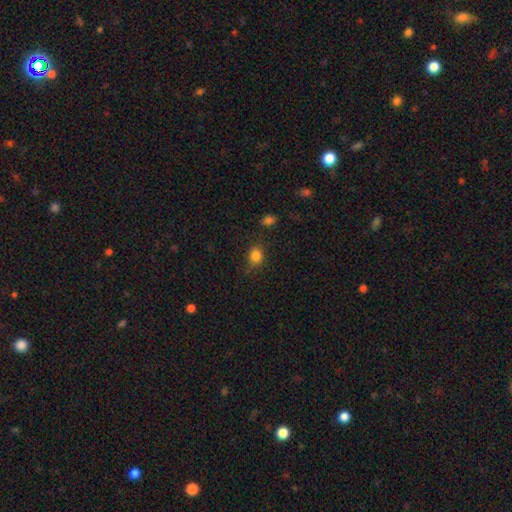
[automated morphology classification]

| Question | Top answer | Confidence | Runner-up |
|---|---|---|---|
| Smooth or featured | smooth | 82% | star or artifact (12%) |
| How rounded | round | 65% | in between (34%) |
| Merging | none | 72% | minor disturbance (20%) |